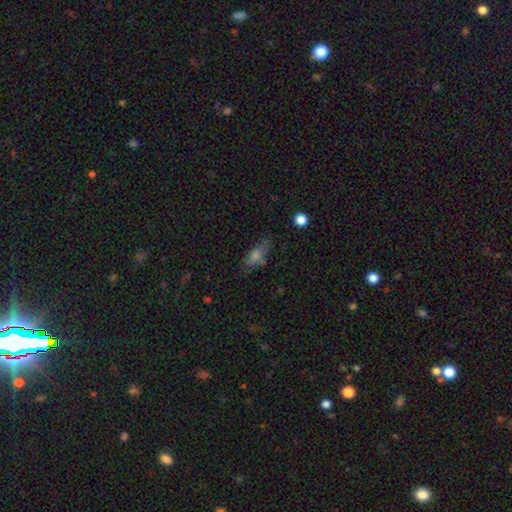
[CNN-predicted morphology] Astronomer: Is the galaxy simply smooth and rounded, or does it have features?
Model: smooth — 58%.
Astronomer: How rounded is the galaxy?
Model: in between — 57% (runner-up: cigar-shaped, 38%).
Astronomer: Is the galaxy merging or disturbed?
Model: none — 68%.